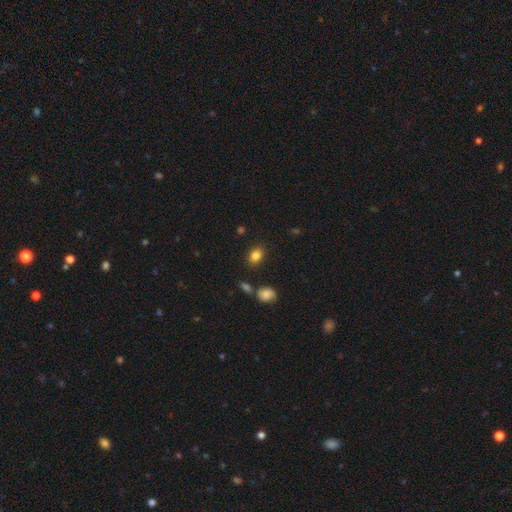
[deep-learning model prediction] The model was most divided on "how rounded": in between: 72%, round: 27%, cigar-shaped: 1%. More confident: merging — none (83%); smooth or featured — smooth (83%).